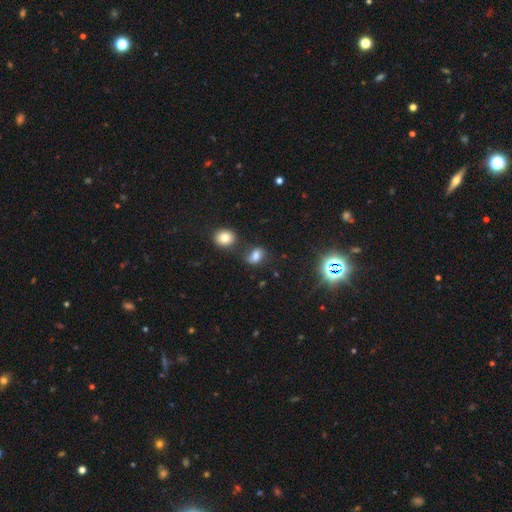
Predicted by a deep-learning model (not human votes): This is likely a smooth galaxy (68%). How rounded: likely in between (73%). Merging: likely none (61%).